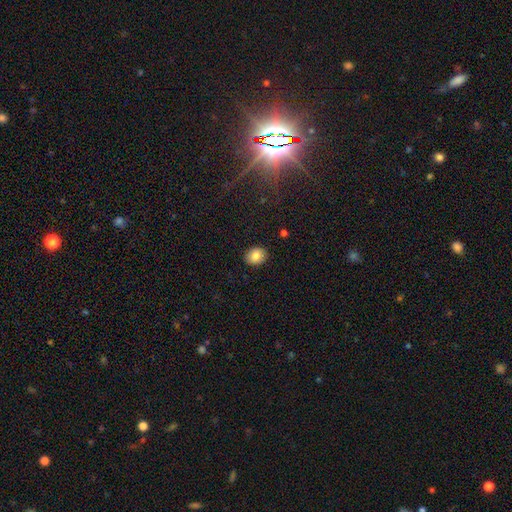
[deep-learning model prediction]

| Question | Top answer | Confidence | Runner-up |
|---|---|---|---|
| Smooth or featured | smooth | 83% | star or artifact (8%) |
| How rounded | round | 53% | in between (46%) |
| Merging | none | 90% | minor disturbance (7%) |